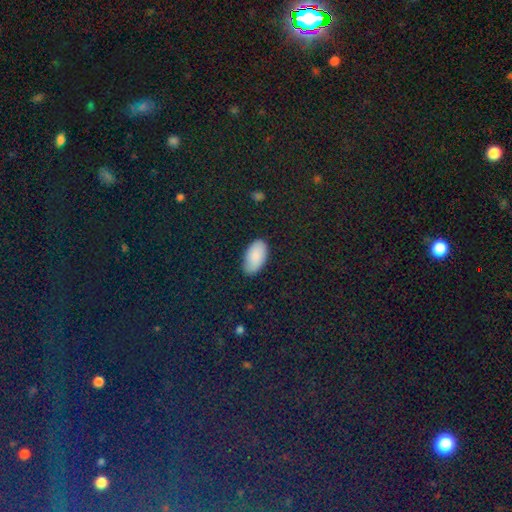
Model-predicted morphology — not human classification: smooth 87%, star or artifact 8%, featured or disk 6%. Down the decision tree: how rounded — in between (95%); merging — none (83%).